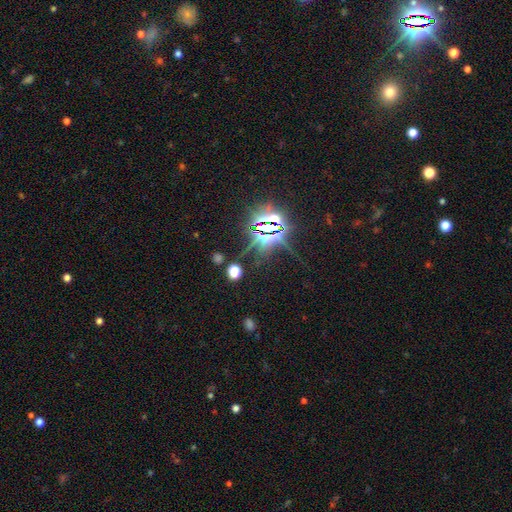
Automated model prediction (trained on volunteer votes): Overall: star or artifact (82%).